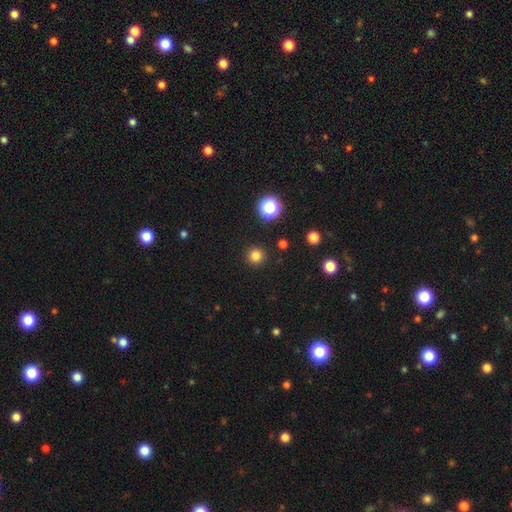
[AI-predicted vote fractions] smooth-or-featured: smooth: 81% | star or artifact: 15% | featured or disk: 4%
  how-rounded: round: 96% | in between: 3% | cigar-shaped: 1%
  merging: none: 92% | minor disturbance: 5% | major disturbance: 2% | merger: 1%